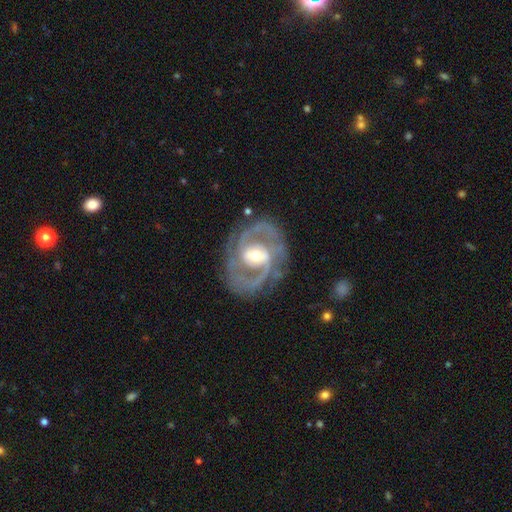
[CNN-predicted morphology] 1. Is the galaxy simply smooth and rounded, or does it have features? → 90% featured or disk, 5% smooth, 5% star or artifact.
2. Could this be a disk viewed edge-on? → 97% no, 3% yes.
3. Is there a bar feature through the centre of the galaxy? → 42% weak, 32% no, 26% strong.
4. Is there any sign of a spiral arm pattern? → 96% yes, 4% no.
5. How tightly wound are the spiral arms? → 48% tight, 44% medium, 8% loose.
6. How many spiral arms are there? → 83% 2, 6% 3, 6% can't tell, 2% 1, 2% 4, 2% more than 4.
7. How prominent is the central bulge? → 67% moderate, 23% small, 7% large, 1% none, 1% dominant.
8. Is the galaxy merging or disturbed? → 81% none, 13% minor disturbance, 5% major disturbance, 1% merger.